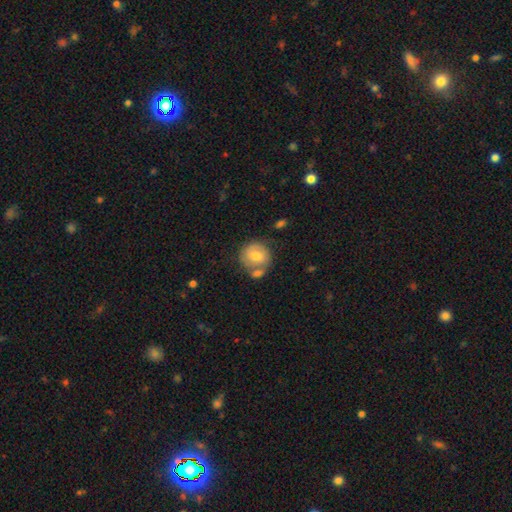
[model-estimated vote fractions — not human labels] Smooth or featured?
  - smooth: 67% *
  - featured or disk: 26%
  - star or artifact: 7%
How rounded?
  - round: 83% *
  - in between: 16%
  - cigar-shaped: 1%
Merging?
  - none: 50% *
  - merger: 28%
  - minor disturbance: 16%
  - major disturbance: 6%